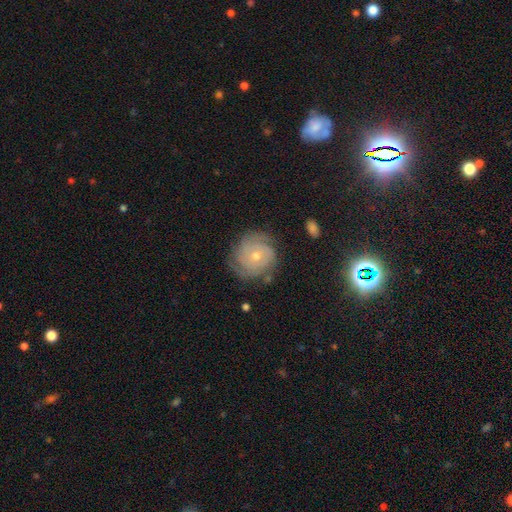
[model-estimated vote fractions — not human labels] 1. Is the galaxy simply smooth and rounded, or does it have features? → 75% featured or disk, 18% smooth, 7% star or artifact.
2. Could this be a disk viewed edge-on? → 97% no, 3% yes.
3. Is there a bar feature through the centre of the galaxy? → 82% no, 15% weak, 3% strong.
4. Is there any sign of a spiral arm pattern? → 91% yes, 9% no.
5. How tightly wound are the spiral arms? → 75% tight, 19% medium, 6% loose.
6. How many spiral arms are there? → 35% can't tell, 27% 2, 20% 3, 8% 4, 6% 1, 5% more than 4.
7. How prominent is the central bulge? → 51% moderate, 46% small, 2% large, 1% none, 1% dominant.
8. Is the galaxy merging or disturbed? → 75% none, 17% minor disturbance, 6% major disturbance, 2% merger.